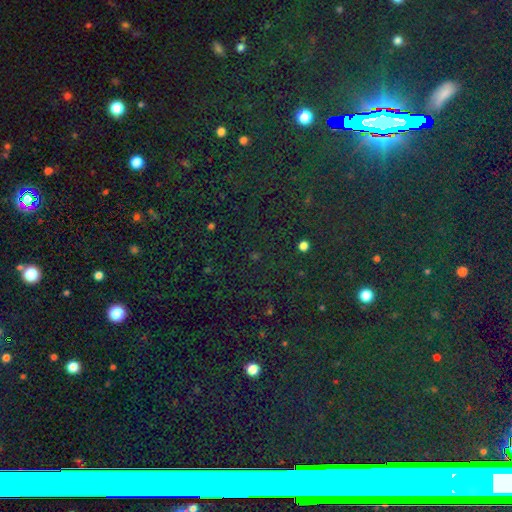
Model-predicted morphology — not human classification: A star or artifact, not a galaxy (82%).

Vote fractions:
- Smooth or featured? star or artifact: 82% / smooth: 11% / featured or disk: 8%